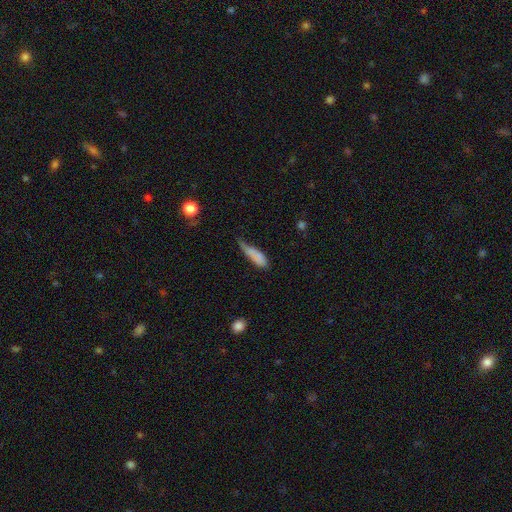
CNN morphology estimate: Smooth or featured?
  - smooth: 77% *
  - featured or disk: 15%
  - star or artifact: 8%
How rounded?
  - cigar-shaped: 49% *
  - in between: 48%
  - round: 3%
Merging?
  - minor disturbance: 42% *
  - major disturbance: 26%
  - none: 26%
  - merger: 5%